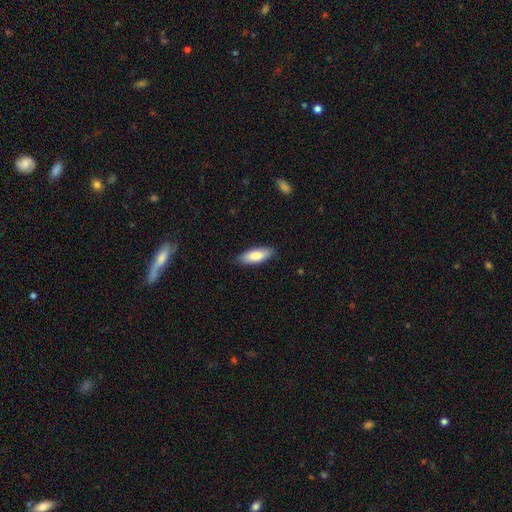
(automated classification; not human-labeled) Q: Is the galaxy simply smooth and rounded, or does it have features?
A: smooth — 82%.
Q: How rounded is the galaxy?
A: in between — 72%.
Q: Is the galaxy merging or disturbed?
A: none — 86%.